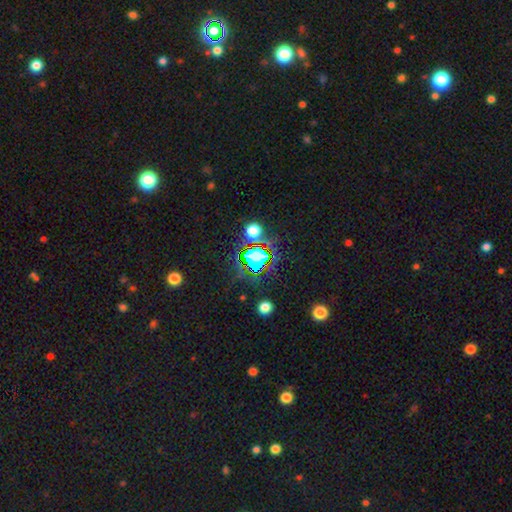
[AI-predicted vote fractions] Q: Smooth or featured?
A: star or artifact (62%); runner-up: smooth (26%)